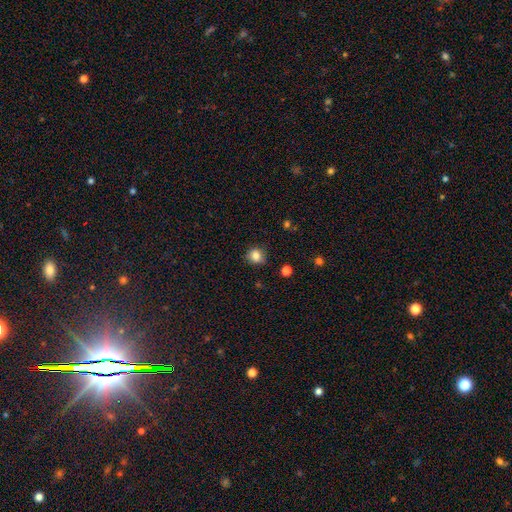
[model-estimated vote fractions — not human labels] A smooth galaxy with no disk features (83%) that is round (80%). Merging: none (78%).